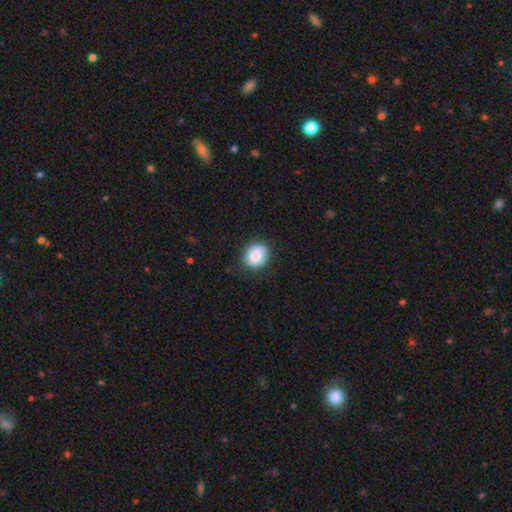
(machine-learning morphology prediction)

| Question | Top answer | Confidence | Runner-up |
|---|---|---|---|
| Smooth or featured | smooth | 86% | star or artifact (8%) |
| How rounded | round | 65% | in between (34%) |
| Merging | none | 80% | minor disturbance (16%) |